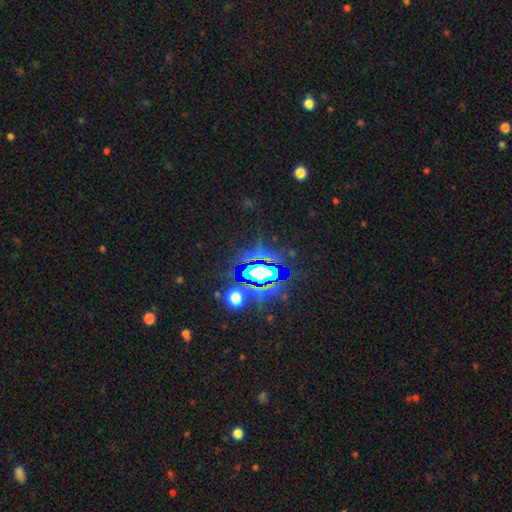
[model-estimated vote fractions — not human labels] A star or artifact, not a galaxy (79%).

Vote fractions:
- Smooth or featured? star or artifact: 79% / smooth: 12% / featured or disk: 9%